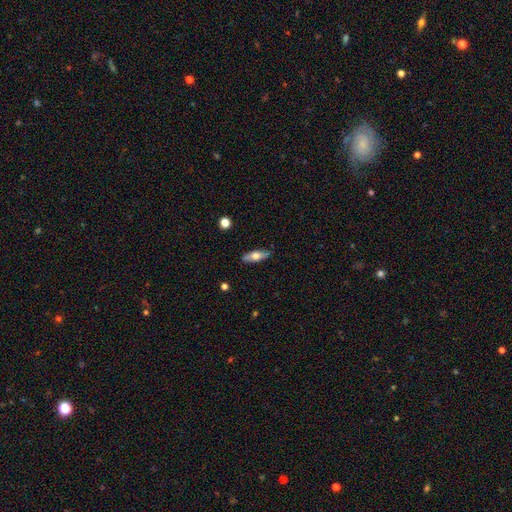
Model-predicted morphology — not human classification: The model was most divided on "how rounded": in between: 59%, cigar-shaped: 38%, round: 3%. More confident: merging — none (85%); smooth or featured — smooth (58%).